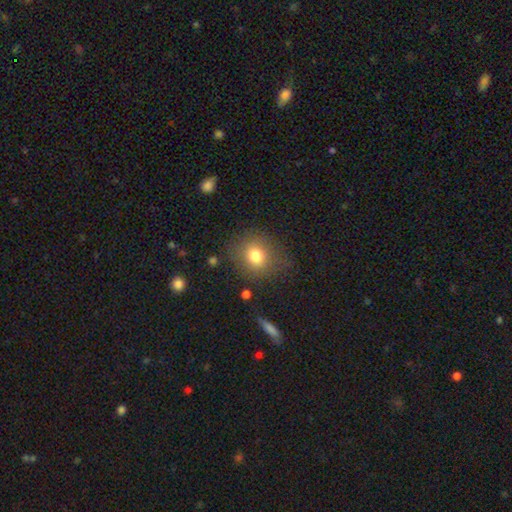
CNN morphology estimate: This is likely a smooth galaxy (77%). How rounded: likely round (79%). Merging: likely none (78%).